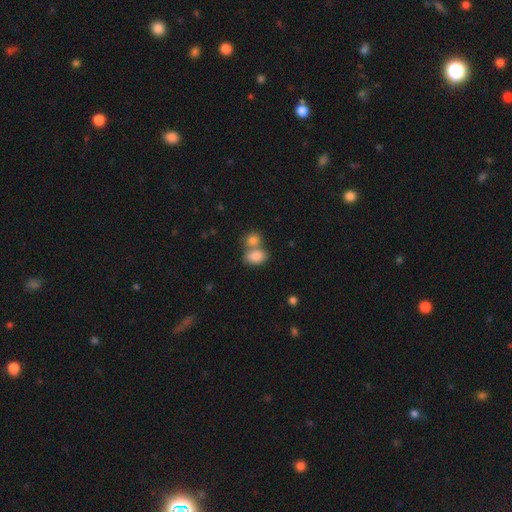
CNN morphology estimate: smooth-or-featured: smooth: 84% | star or artifact: 8% | featured or disk: 7%
  how-rounded: in between: 82% | round: 16% | cigar-shaped: 1%
  merging: merger: 49% | none: 37% | minor disturbance: 10% | major disturbance: 4%